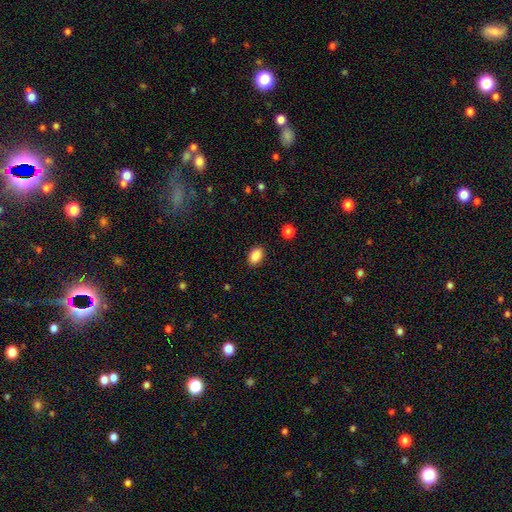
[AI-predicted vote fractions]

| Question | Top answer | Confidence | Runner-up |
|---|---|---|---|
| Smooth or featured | smooth | 89% | star or artifact (8%) |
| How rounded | in between | 87% | round (11%) |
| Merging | none | 88% | minor disturbance (8%) |